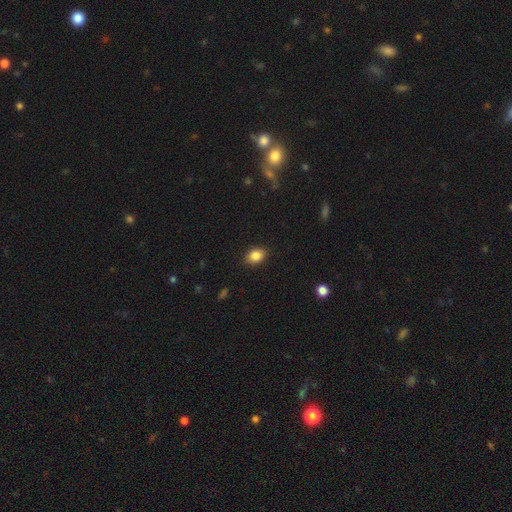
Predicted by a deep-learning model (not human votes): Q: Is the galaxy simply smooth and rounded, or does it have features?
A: smooth — 86%.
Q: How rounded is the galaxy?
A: in between — 77%.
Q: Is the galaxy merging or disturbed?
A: none — 89%.